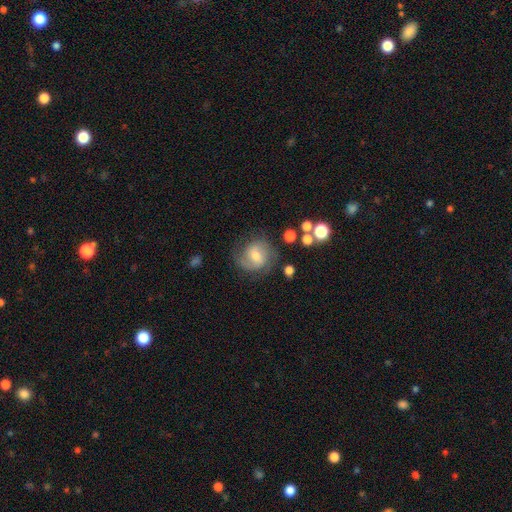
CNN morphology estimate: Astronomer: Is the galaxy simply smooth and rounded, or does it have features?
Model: featured or disk — 61%.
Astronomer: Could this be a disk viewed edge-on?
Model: no — 97%.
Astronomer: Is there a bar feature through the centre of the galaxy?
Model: weak — 51% (runner-up: no, 34%).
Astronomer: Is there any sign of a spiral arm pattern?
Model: yes — 88%.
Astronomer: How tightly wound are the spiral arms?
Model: medium — 47% (runner-up: tight, 33%).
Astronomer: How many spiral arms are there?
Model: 2 — 70%.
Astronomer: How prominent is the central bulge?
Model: moderate — 57% (runner-up: small, 36%).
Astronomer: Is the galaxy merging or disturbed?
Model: none — 68%.